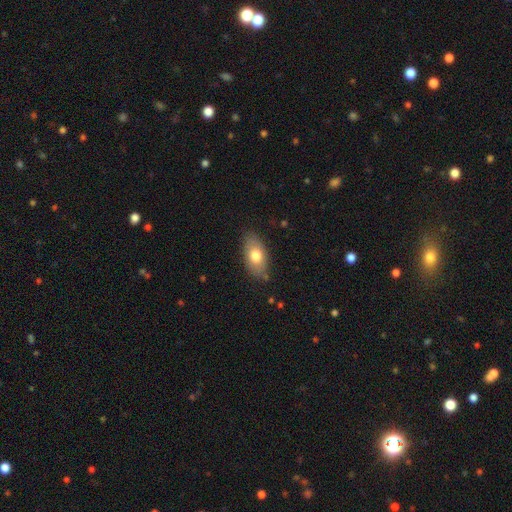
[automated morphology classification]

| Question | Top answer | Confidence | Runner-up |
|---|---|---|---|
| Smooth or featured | smooth | 73% | featured or disk (20%) |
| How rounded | in between | 91% | round (5%) |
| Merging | none | 80% | minor disturbance (15%) |